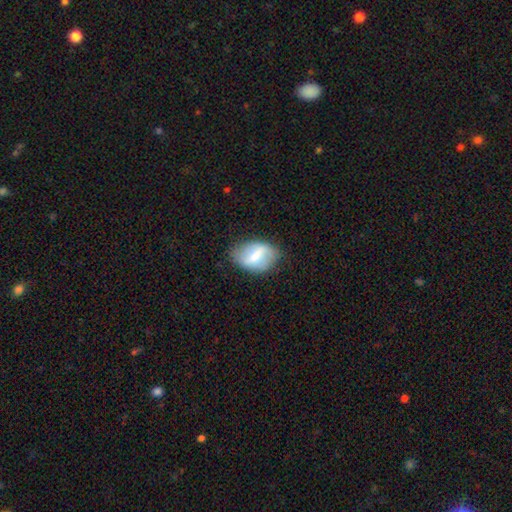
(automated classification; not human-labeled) smooth 50%, featured or disk 43%, star or artifact 7%. Down the decision tree: how rounded — in between (82%); merging — none (73%).